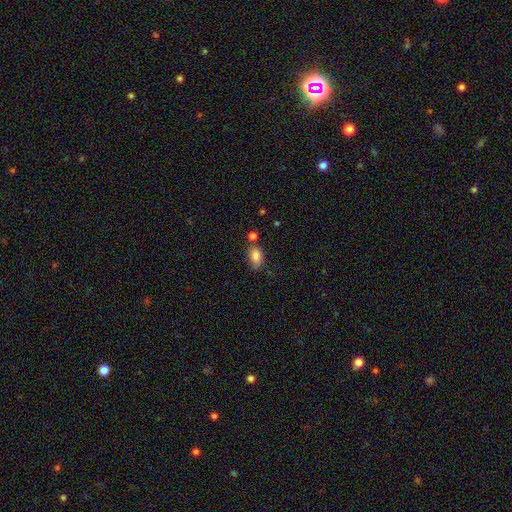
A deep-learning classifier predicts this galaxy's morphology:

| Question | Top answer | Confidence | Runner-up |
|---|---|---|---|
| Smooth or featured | smooth | 84% | star or artifact (9%) |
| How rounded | in between | 86% | round (11%) |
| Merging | none | 59% | minor disturbance (21%) |